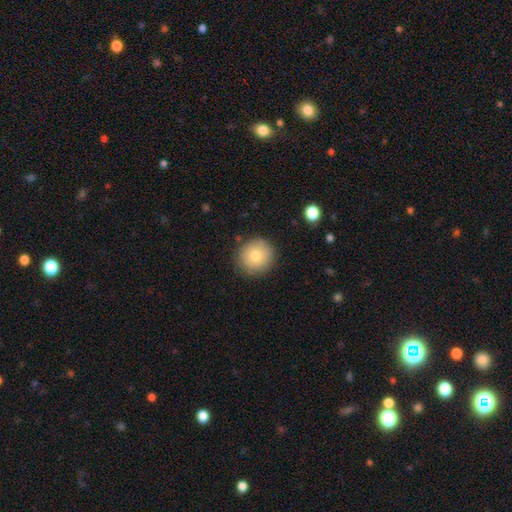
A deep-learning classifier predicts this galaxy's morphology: The model was most divided on "smooth or featured": smooth: 78%, featured or disk: 13%, star or artifact: 9%. More confident: how rounded — round (94%); merging — none (86%).